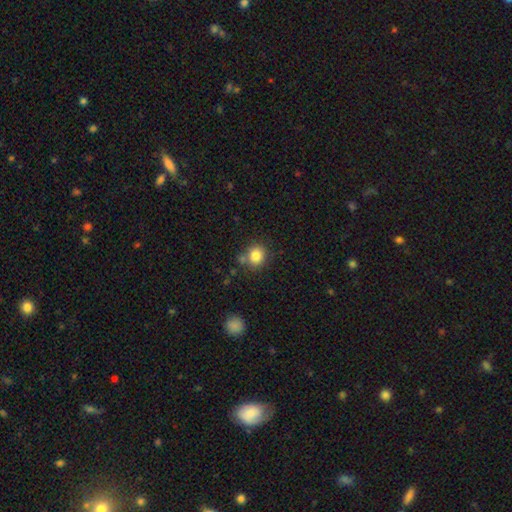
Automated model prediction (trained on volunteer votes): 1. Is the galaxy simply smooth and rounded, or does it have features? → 83% smooth, 11% star or artifact, 6% featured or disk.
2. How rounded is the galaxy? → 82% round, 18% in between, 1% cigar-shaped.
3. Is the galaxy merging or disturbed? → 73% none, 13% minor disturbance, 11% merger, 4% major disturbance.